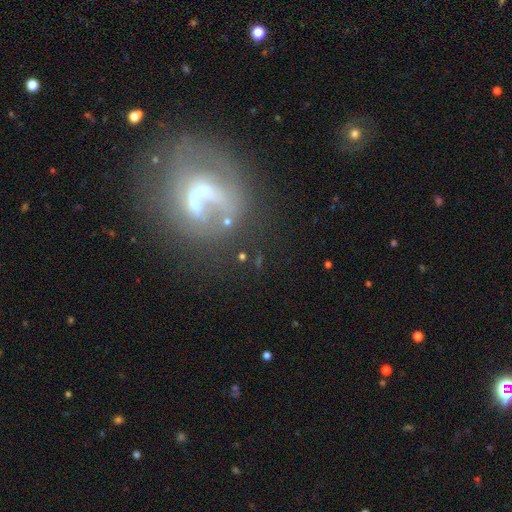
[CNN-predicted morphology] Smooth or featured?
  - featured or disk: 57% *
  - smooth: 24%
  - star or artifact: 18%
Edge-on disk?
  - no: 95% *
  - yes: 5%
Bar?
  - no: 56% *
  - weak: 29%
  - strong: 16%
Spiral arms?
  - no: 59% *
  - yes: 41%
Bulge size?
  - moderate: 35% *
  - small: 33%
  - none: 21%
  - large: 8%
  - dominant: 3%
Merging?
  - none: 41% *
  - major disturbance: 28%
  - merger: 16%
  - minor disturbance: 15%